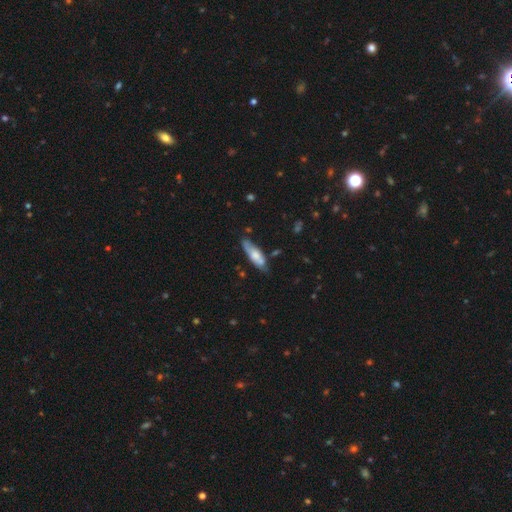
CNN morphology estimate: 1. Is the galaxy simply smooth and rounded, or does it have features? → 58% smooth, 36% featured or disk, 6% star or artifact.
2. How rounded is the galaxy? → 49% in between (tied), 49% cigar-shaped (tied), 2% round.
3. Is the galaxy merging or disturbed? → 67% none, 23% minor disturbance, 6% merger, 5% major disturbance.